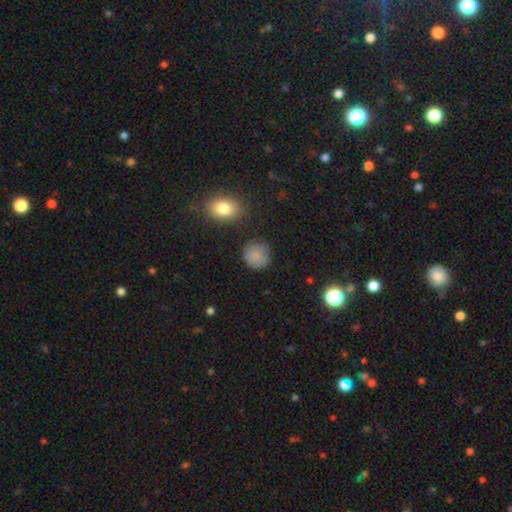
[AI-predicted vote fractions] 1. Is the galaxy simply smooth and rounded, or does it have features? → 83% smooth, 9% star or artifact, 8% featured or disk.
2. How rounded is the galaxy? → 90% round, 9% in between, 1% cigar-shaped.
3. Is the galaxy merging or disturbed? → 80% none, 14% minor disturbance, 4% major disturbance, 2% merger.